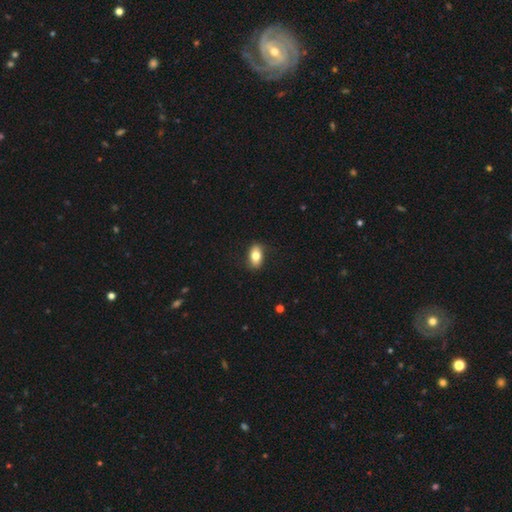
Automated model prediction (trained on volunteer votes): Smooth or featured?
  - smooth: 80% *
  - featured or disk: 13%
  - star or artifact: 7%
How rounded?
  - in between: 88% *
  - round: 8%
  - cigar-shaped: 4%
Merging?
  - none: 86% *
  - minor disturbance: 11%
  - major disturbance: 2%
  - merger: 1%